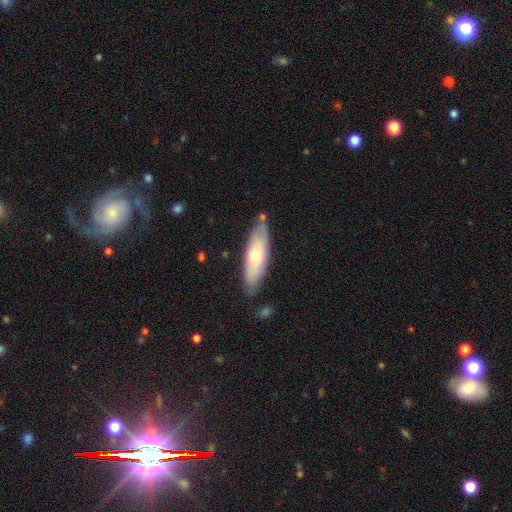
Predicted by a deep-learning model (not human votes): Smooth or featured? smooth (56%)
How rounded? in between (49%, tied with cigar-shaped)
Merging? none (77%)